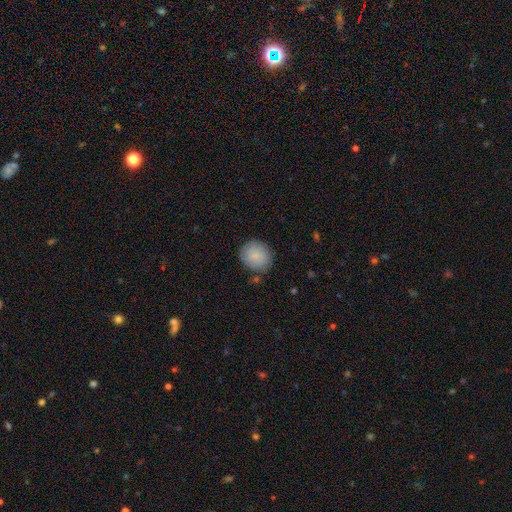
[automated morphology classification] Smooth or featured? Predicted: smooth (p=0.85). How rounded? Predicted: round (p=0.77). Merging? Predicted: none (p=0.81).